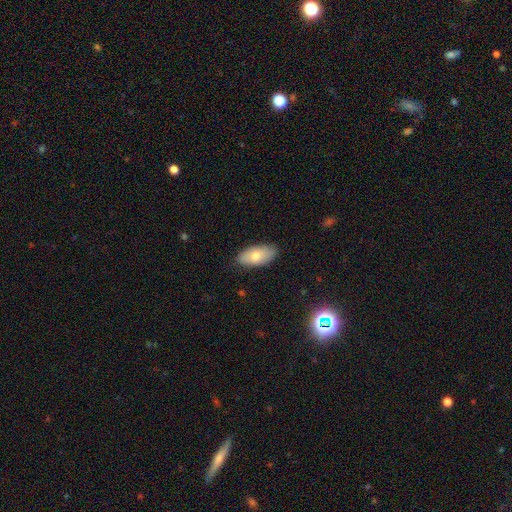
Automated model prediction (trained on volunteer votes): Smooth or featured? Predicted: smooth (p=0.72). How rounded? Predicted: in between (p=0.91). Merging? Predicted: none (p=0.85).